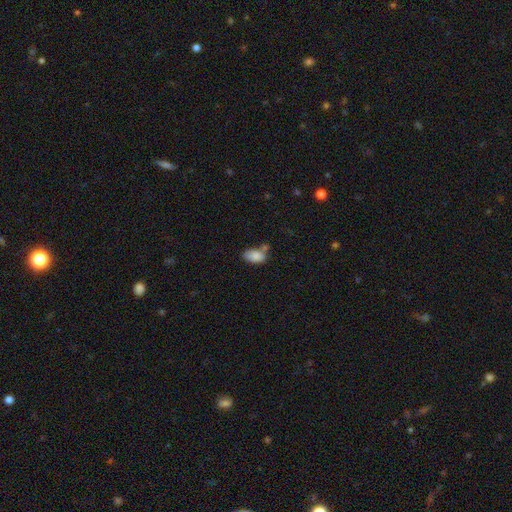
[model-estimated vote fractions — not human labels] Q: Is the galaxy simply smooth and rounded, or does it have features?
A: smooth — 85%.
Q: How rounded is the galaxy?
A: in between — 92%.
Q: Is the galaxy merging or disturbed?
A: none — 50%.